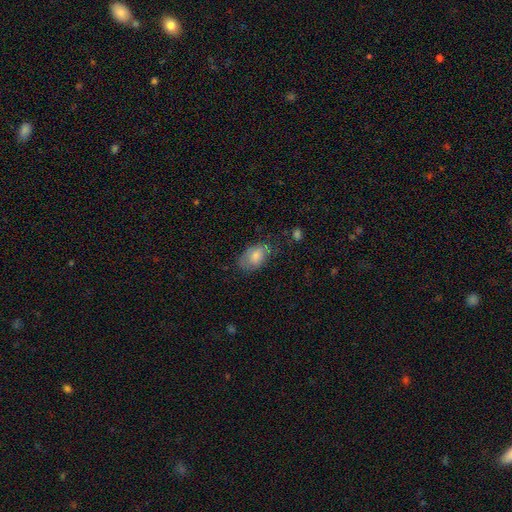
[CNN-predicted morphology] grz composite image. It shows a smooth galaxy with no disk features (74%) that is in between round and cigar-shaped (88%). Merging: none (57%).